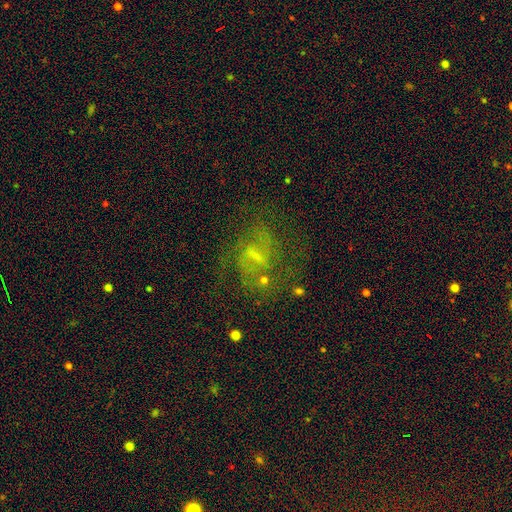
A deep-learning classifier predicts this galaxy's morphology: type=featured or disk (63%); edge-on=no (95%); bar=weak (48%); spiral arms=yes (67%); bulge=small (40%); merging=none (54%).